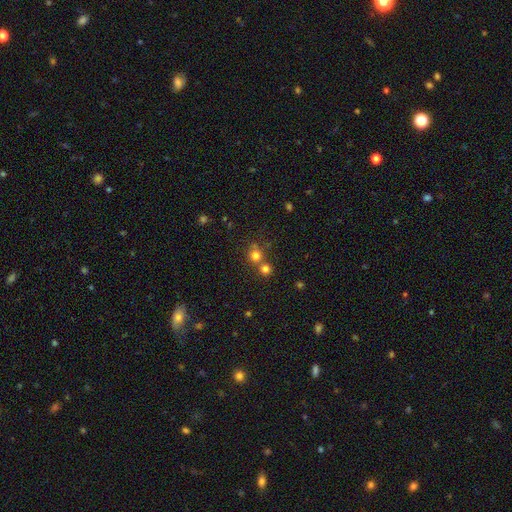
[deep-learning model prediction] The model was most divided on "merging": none: 53%, merger: 37%, minor disturbance: 7%, major disturbance: 3%. More confident: how rounded — round (88%); smooth or featured — smooth (75%).